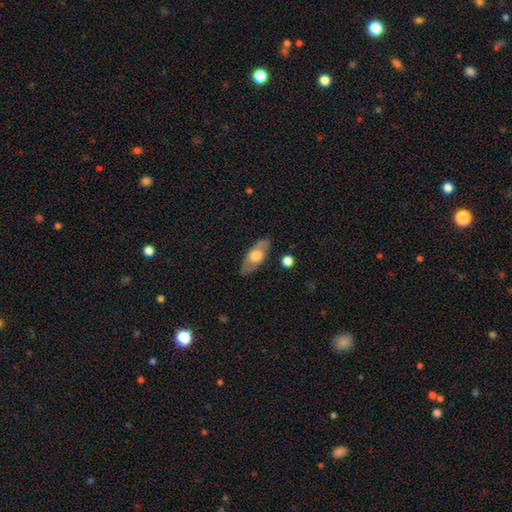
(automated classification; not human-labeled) Q: Smooth or featured?
A: smooth (56%); runner-up: featured or disk (38%)
Q: How rounded?
A: in between (81%); runner-up: cigar-shaped (15%)
Q: Merging?
A: none (84%); runner-up: minor disturbance (12%)